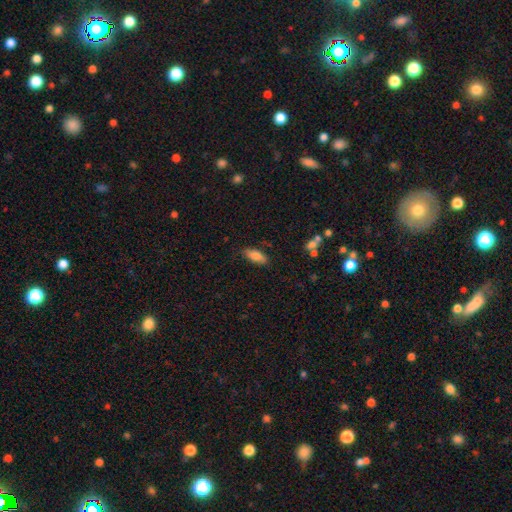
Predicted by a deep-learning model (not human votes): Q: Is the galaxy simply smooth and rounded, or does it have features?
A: smooth — 83%.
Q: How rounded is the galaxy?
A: in between — 81%.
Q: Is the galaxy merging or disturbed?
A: none — 82%.